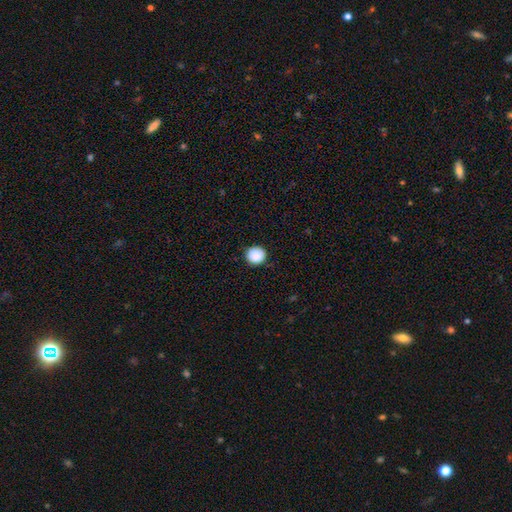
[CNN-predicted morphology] This is clearly a smooth galaxy (88%). How rounded: clearly round (93%). Merging: clearly none (89%).